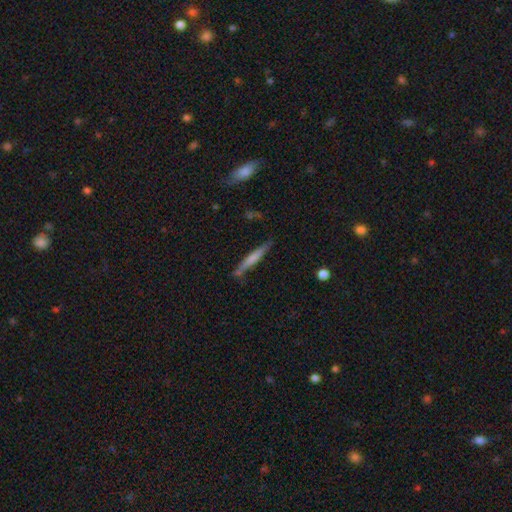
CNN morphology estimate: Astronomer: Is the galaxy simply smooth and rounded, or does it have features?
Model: smooth — 48% (runner-up: featured or disk, 45%).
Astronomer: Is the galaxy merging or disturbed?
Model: none — 83%.